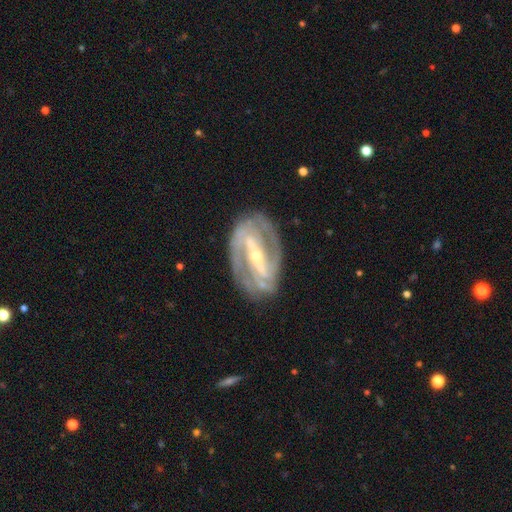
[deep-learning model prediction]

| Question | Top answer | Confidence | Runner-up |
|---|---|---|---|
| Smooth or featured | featured or disk | 89% | smooth (6%) |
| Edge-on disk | no | 93% | yes (7%) |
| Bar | strong | 76% | weak (17%) |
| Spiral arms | yes | 92% | no (8%) |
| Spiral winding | medium | 42% | tied: tight (42%) |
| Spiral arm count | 2 | 75% | can't tell (10%) |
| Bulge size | small | 67% | moderate (29%) |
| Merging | none | 77% | minor disturbance (15%) |